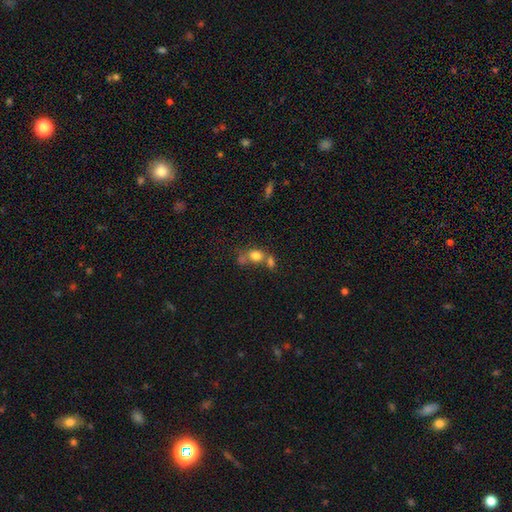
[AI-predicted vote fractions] A smooth galaxy with no disk features (74%) that is round (59%). Merging: merger (50%).